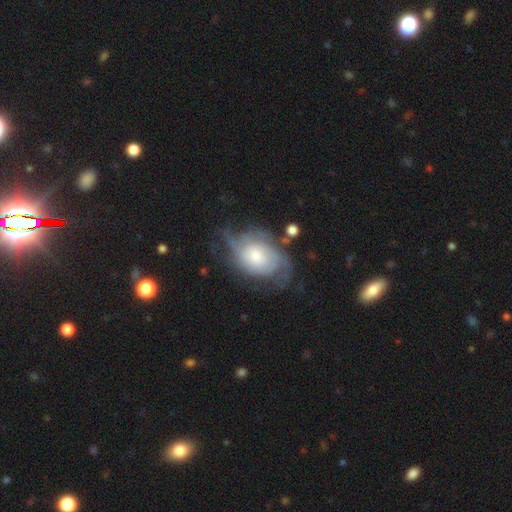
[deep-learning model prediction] Smooth or featured?
  - featured or disk: 66% *
  - smooth: 28%
  - star or artifact: 7%
Edge-on disk?
  - no: 96% *
  - yes: 4%
Bar?
  - no: 76% *
  - weak: 21%
  - strong: 3%
Spiral arms?
  - yes: 83% *
  - no: 17%
Spiral winding?
  - tight: 37% * (tied)
  - medium: 37% * (tied)
  - loose: 26%
Spiral arm count?
  - can't tell: 38% *
  - 2: 34%
  - 3: 12%
  - 1: 6%
  - 4: 5%
  - more than 4: 4%
Bulge size?
  - moderate: 43% *
  - small: 39%
  - large: 13%
  - none: 3%
  - dominant: 2%
Merging?
  - none: 43% *
  - minor disturbance: 28%
  - major disturbance: 26%
  - merger: 3%